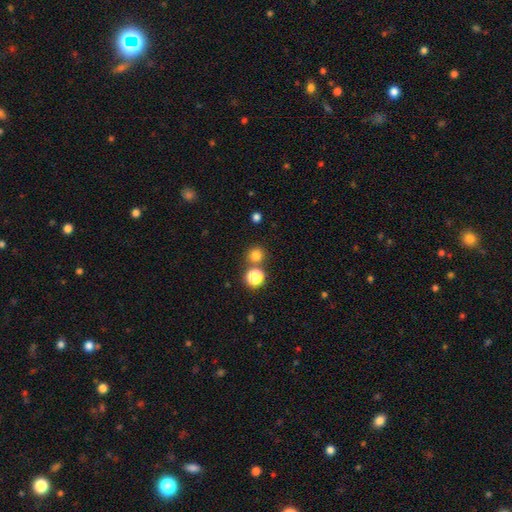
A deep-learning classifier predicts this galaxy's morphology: Smooth or featured? Predicted: smooth (p=0.78). How rounded? Predicted: round (p=0.92). Merging? Predicted: none (p=0.74).